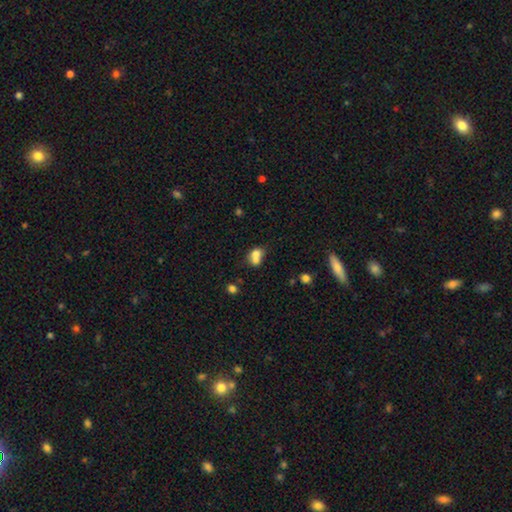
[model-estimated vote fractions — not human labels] This appears to be a smooth galaxy with no disk features (73%) that is round (50%). Merging: merger (63%).